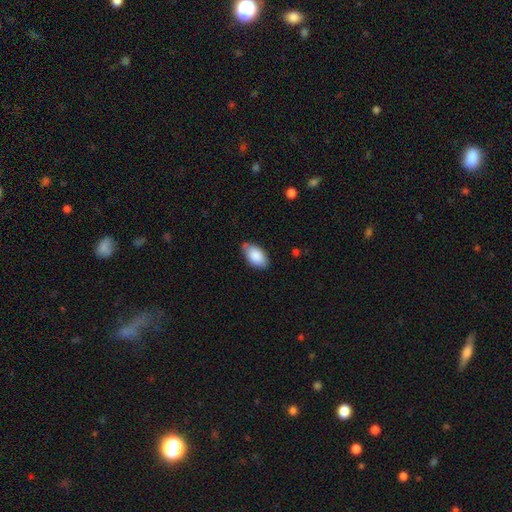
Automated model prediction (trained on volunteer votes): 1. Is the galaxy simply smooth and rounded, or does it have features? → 87% smooth, 7% featured or disk, 6% star or artifact.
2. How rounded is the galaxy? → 95% in between, 3% round, 2% cigar-shaped.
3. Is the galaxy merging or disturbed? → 74% none, 21% minor disturbance, 3% major disturbance, 2% merger.